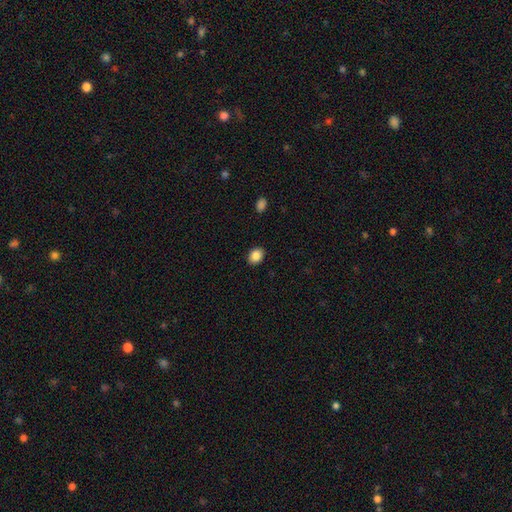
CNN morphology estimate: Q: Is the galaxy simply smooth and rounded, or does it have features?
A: smooth — 86%.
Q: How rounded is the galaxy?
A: in between — 66%.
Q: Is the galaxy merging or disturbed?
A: none — 89%.